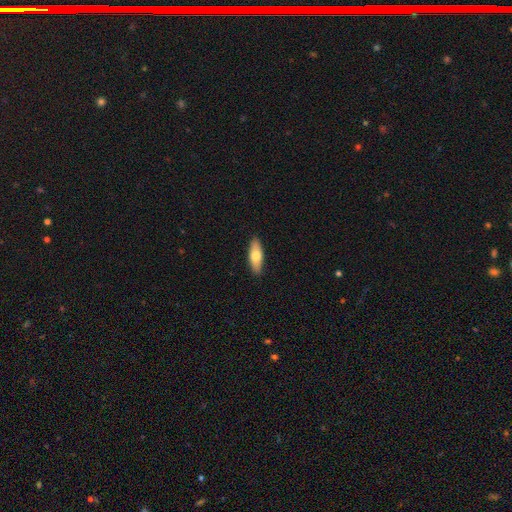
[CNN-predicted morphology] Overall: smooth (71%). How rounded: in between (66%; cigar-shaped 32%). Merging: none (90%).